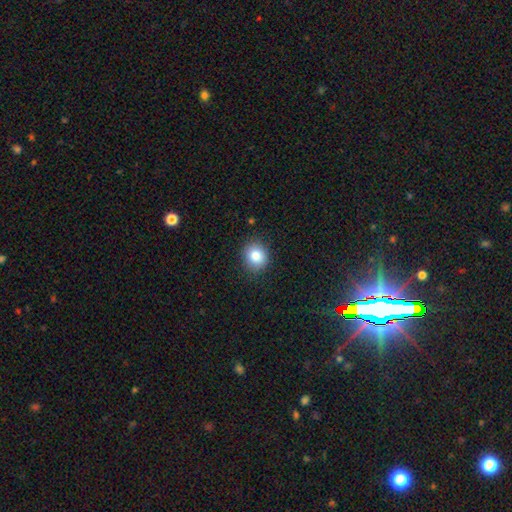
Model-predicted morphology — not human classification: type=smooth (83%); roundness=round (77%); merging=none (87%).